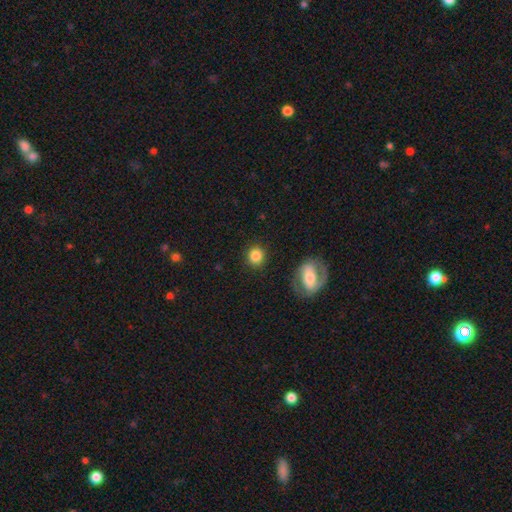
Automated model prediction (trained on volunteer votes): This is clearly a smooth galaxy (85%). How rounded: clearly round (85%). Merging: clearly none (87%).